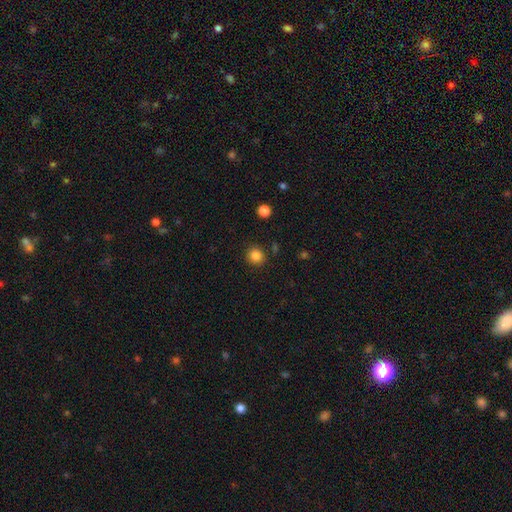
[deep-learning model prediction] smooth-or-featured: smooth: 85% | star or artifact: 12% | featured or disk: 4%
  how-rounded: round: 91% | in between: 8% | cigar-shaped: 1%
  merging: none: 89% | minor disturbance: 6% | major disturbance: 2% | merger: 2%